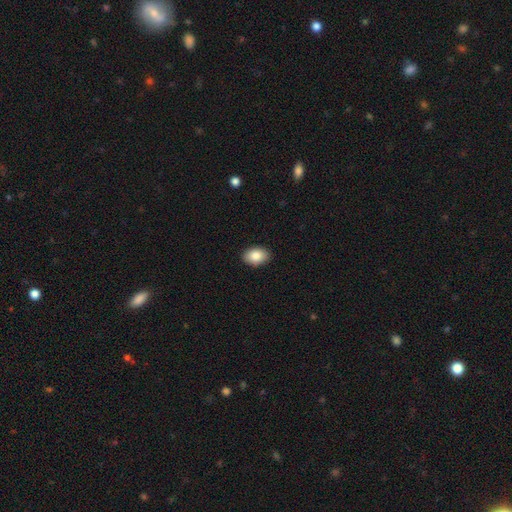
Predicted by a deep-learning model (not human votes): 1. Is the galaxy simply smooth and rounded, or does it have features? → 87% smooth, 7% star or artifact, 6% featured or disk.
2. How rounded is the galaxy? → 84% in between, 15% round, 1% cigar-shaped.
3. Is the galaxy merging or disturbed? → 90% none, 7% minor disturbance, 2% major disturbance, 1% merger.